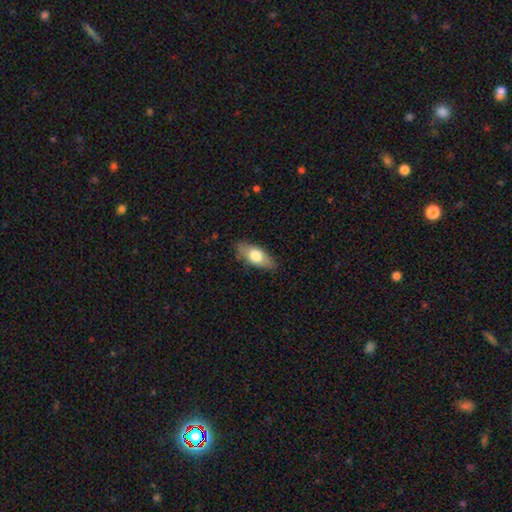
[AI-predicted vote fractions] A smooth galaxy with no disk features (70%) that is in between round and cigar-shaped (82%).

Vote fractions:
- Smooth or featured? smooth: 70% / featured or disk: 24% / star or artifact: 6%
- How rounded? in between: 82% / cigar-shaped: 14% / round: 3%
- Merging? none: 83% / minor disturbance: 13% / major disturbance: 3% / merger: 1%